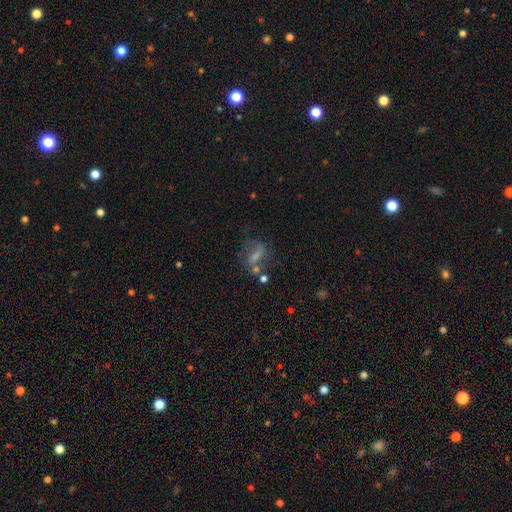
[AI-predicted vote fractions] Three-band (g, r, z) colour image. It shows a smooth galaxy with no disk features (45%). Merging: none (45%).